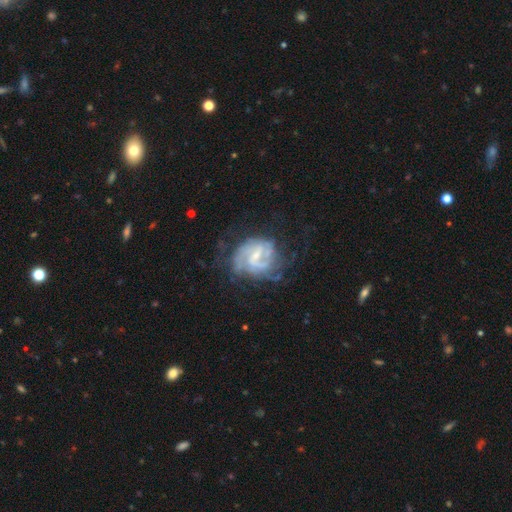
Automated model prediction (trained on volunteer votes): Morphology: type=featured or disk (80%); edge-on=no (98%); bar=weak (55%); spiral arms=yes (87%); winding=tight (43%); arm count=2 (38%); bulge=small (57%); merging=none (54%).